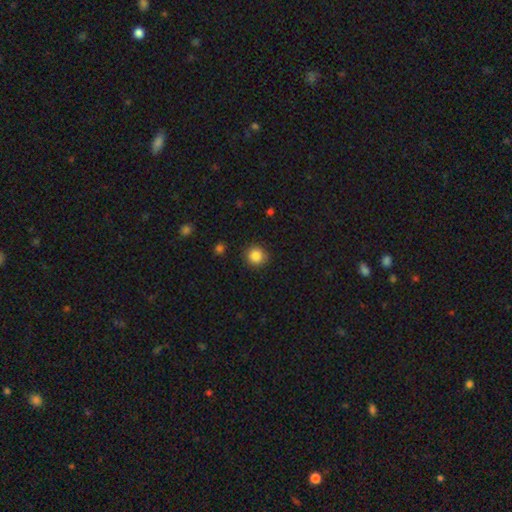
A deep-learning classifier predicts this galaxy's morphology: A smooth galaxy with no disk features (87%) that is round (92%). Merging: none (88%).